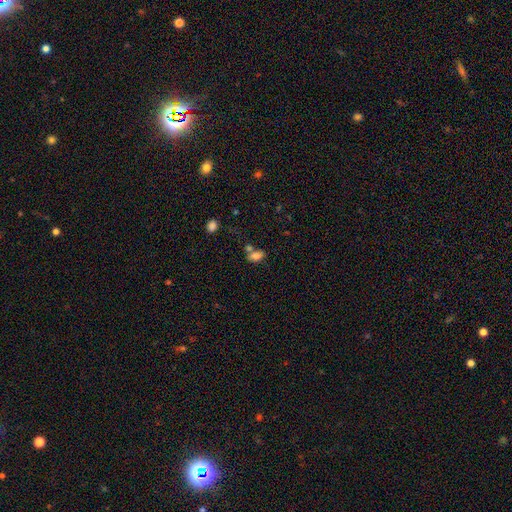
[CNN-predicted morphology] A smooth galaxy with no disk features (78%) that is in between round and cigar-shaped (86%).

Vote fractions:
- Smooth or featured? smooth: 78% / star or artifact: 12% / featured or disk: 11%
- How rounded? in between: 86% / round: 11% / cigar-shaped: 3%
- Merging? none: 45% / merger: 33% / minor disturbance: 15% / major disturbance: 7%